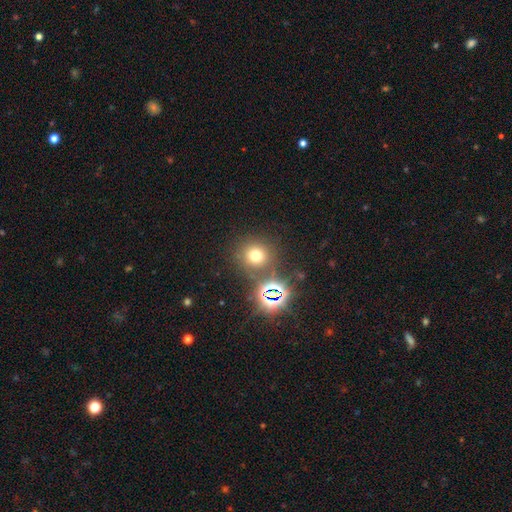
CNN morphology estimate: Overall: smooth (62%; star or artifact 29%). How rounded: round (91%). Merging: none (78%).